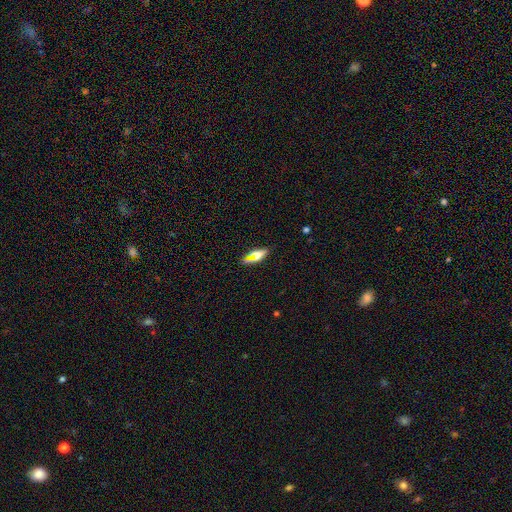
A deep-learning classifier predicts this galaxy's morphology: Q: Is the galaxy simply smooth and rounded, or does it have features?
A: smooth — 53%.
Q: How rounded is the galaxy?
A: in between — 62%.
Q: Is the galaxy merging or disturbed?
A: none — 73%.